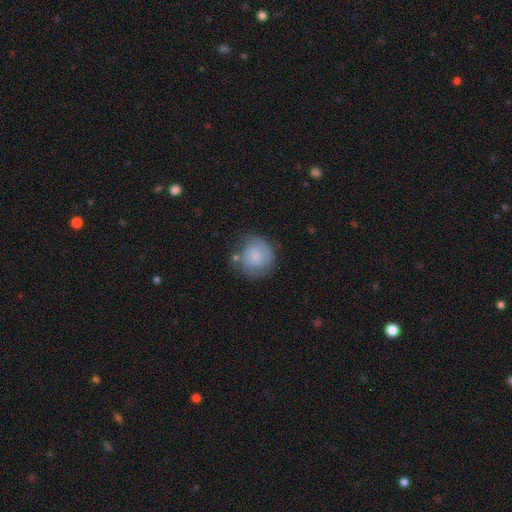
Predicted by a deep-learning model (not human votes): Overall: smooth (59%; featured or disk 33%). How rounded: round (88%). Merging: none (63%).